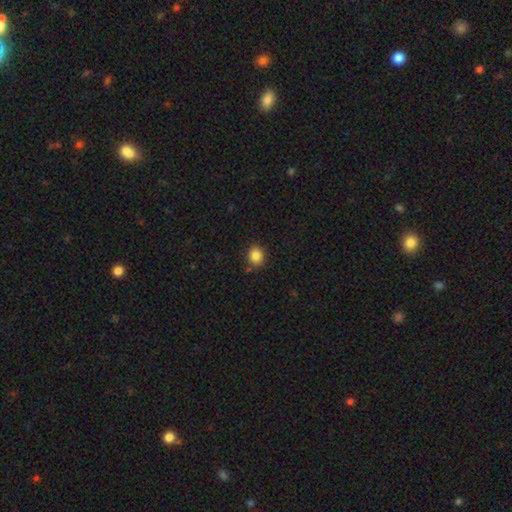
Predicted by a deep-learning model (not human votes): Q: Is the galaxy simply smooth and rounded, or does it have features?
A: smooth — 84%.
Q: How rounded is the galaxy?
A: round — 68%.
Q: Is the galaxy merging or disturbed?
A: none — 84%.